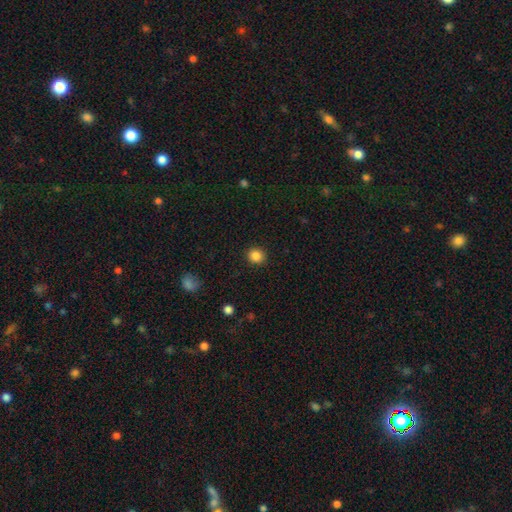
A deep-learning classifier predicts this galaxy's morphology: Smooth or featured? Predicted: smooth (p=0.86). How rounded? Predicted: round (p=0.88). Merging? Predicted: none (p=0.92).